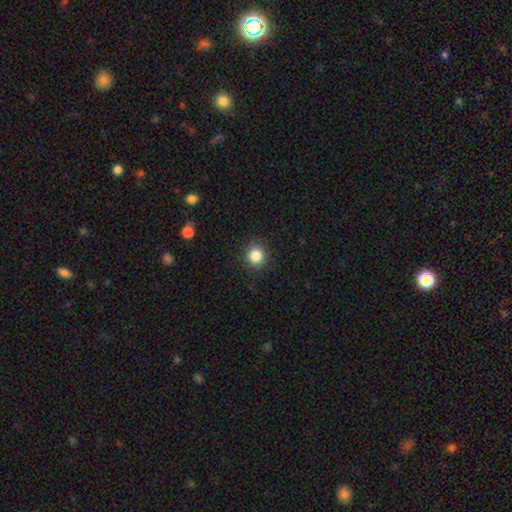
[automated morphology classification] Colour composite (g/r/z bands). It shows a smooth galaxy with no disk features (85%) that is round (91%). Merging: none (90%).